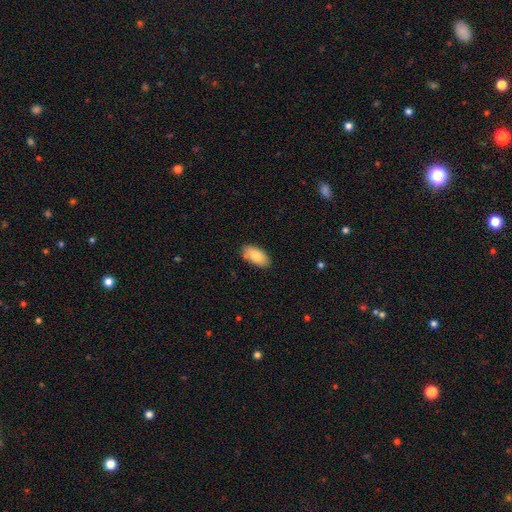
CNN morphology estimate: smooth 82%, featured or disk 12%, star or artifact 6%. Down the decision tree: how rounded — in between (93%); merging — none (85%).